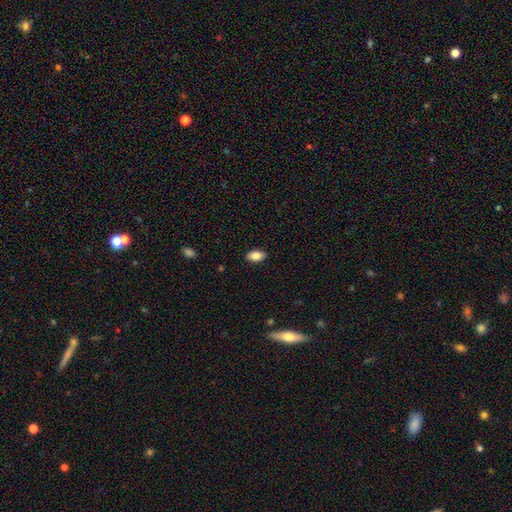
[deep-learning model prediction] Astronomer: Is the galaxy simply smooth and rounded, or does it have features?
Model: smooth — 85%.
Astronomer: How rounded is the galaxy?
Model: in between — 92%.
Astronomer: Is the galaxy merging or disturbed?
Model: none — 89%.